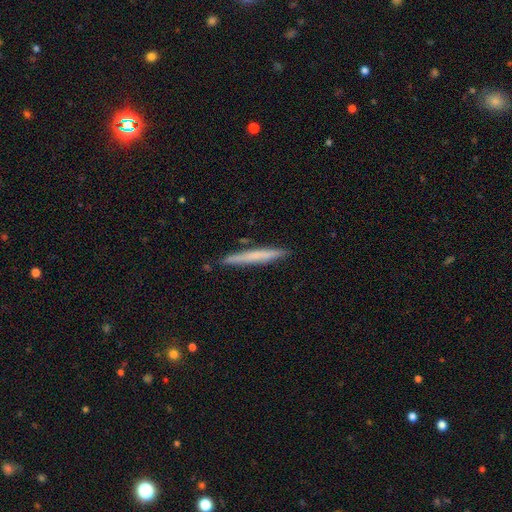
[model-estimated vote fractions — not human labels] Overall: smooth (60%; featured or disk 34%). How rounded: cigar-shaped (97%). Merging: none (90%).